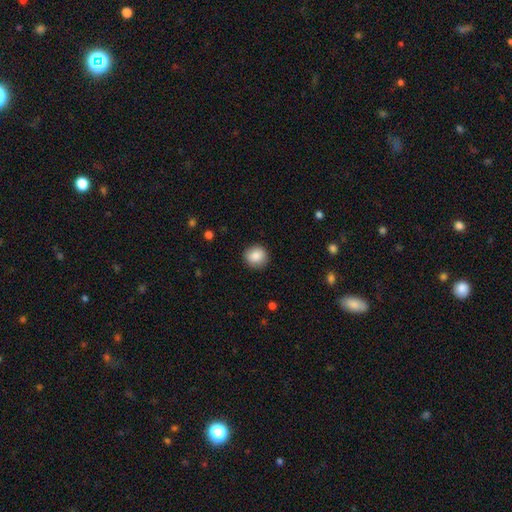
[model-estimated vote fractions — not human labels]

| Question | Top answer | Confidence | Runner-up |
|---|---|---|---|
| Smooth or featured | smooth | 85% | star or artifact (8%) |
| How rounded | round | 90% | in between (9%) |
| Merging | none | 90% | minor disturbance (7%) |